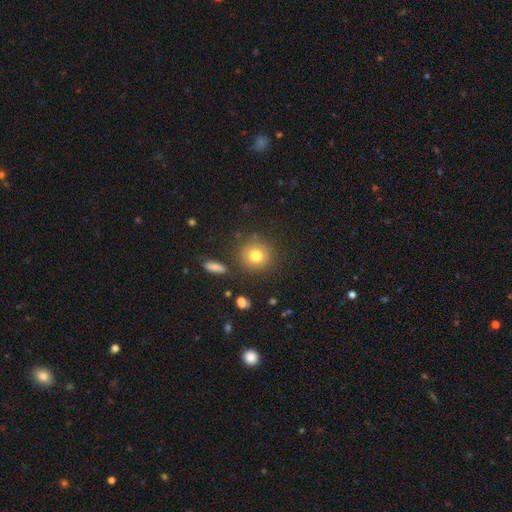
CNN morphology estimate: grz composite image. It shows a smooth galaxy with no disk features (77%) that is round (90%). Merging: none (83%).